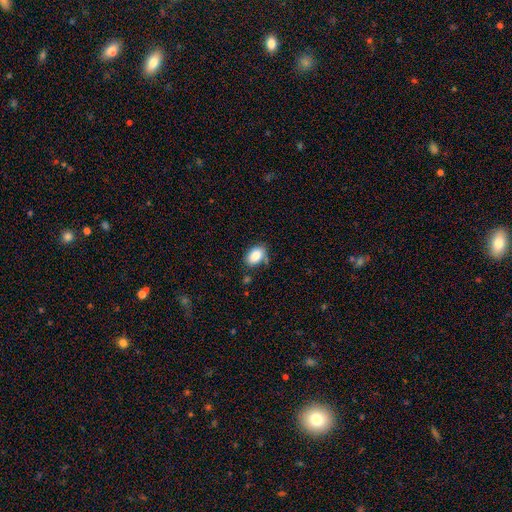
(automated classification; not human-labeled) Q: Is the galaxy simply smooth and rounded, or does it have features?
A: smooth — 85%.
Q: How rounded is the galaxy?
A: in between — 89%.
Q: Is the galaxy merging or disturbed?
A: none — 69%.